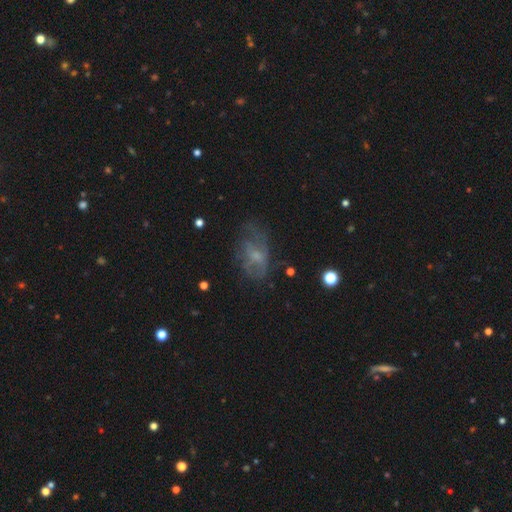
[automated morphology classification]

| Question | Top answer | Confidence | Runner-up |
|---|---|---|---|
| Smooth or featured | featured or disk | 52% | smooth (35%) |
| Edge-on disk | no | 95% | yes (5%) |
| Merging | none | 48% | major disturbance (26%) |